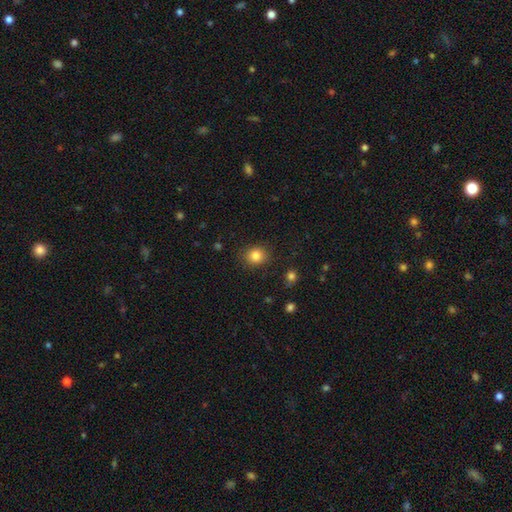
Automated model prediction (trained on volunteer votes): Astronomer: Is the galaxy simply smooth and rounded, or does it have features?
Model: smooth — 83%.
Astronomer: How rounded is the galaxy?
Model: round — 79%.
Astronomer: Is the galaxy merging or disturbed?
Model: none — 88%.